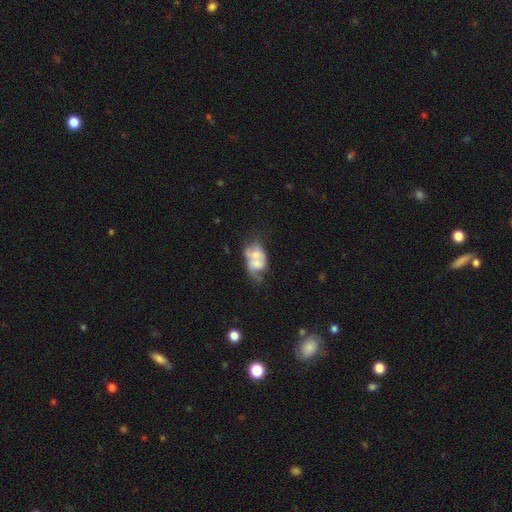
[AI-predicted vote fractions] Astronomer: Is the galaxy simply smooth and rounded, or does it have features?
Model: featured or disk — 49% (runner-up: smooth, 42%).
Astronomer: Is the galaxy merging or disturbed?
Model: merger — 45% (runner-up: major disturbance, 21%).